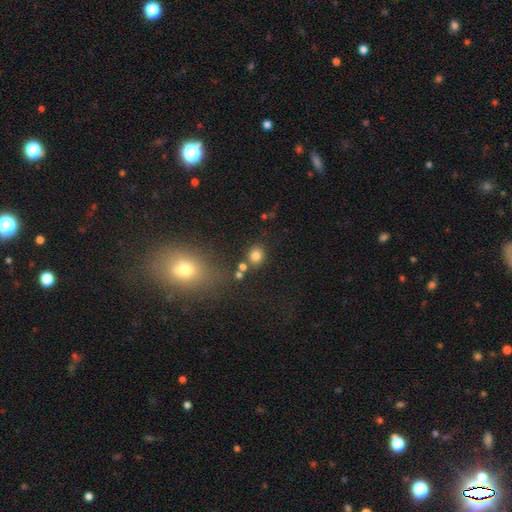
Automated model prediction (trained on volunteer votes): Smooth or featured? Predicted: smooth (p=0.79). How rounded? Predicted: round (p=0.72). Merging? Predicted: none (p=0.75).